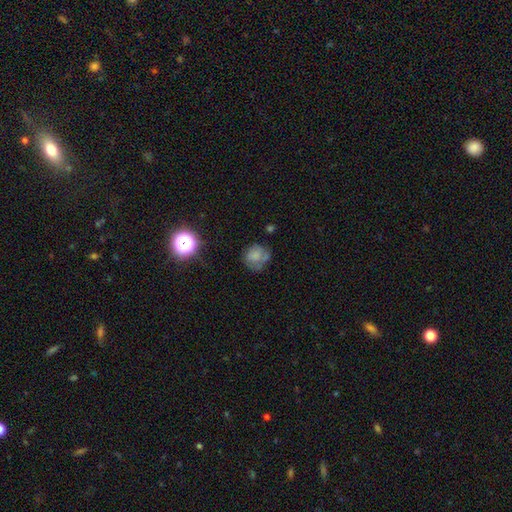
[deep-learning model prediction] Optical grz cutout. It shows a smooth galaxy with no disk features (58%) that is round (75%). Merging: none (49%).